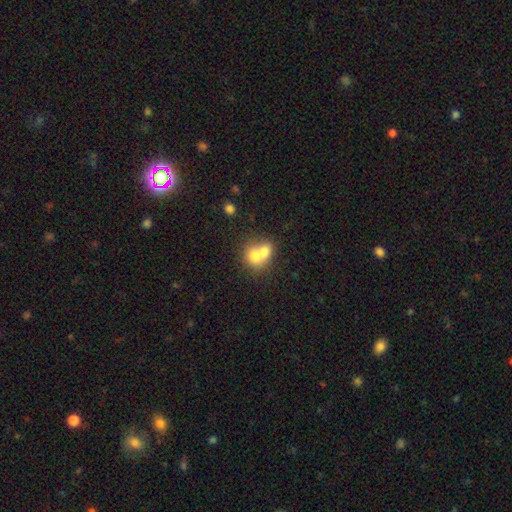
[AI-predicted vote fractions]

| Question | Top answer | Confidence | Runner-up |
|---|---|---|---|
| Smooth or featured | smooth | 70% | featured or disk (20%) |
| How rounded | round | 61% | in between (38%) |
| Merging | merger | 71% | none (20%) |